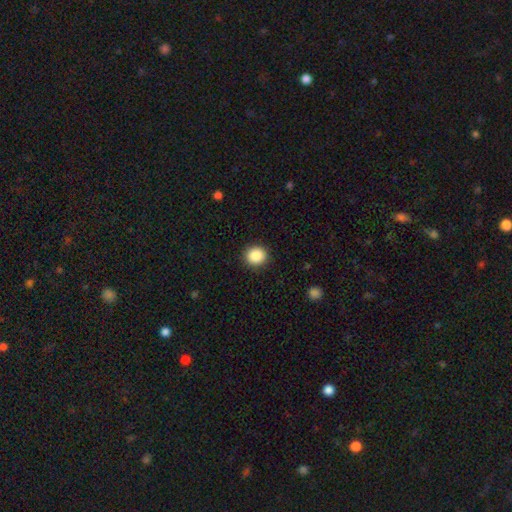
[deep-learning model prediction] smooth_or_featured: smooth (p=0.88) [alt: star or artifact p=0.09]
how_rounded: round (p=0.87) [alt: in between p=0.12]
merging: none (p=0.91) [alt: minor disturbance p=0.06]